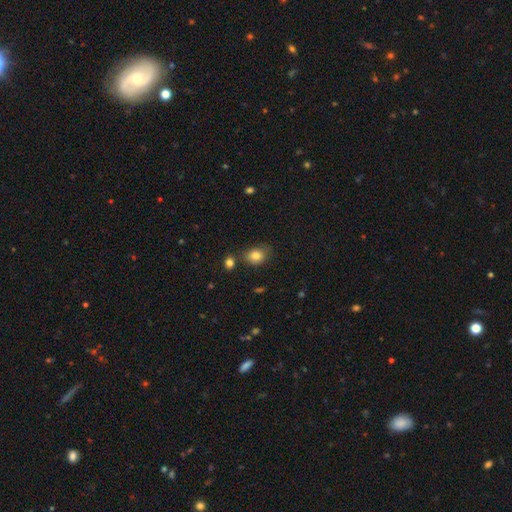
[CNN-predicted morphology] Smooth or featured: smooth — 82% (star or artifact — 10%)
How rounded: in between — 57% (round — 42%)
Merging: none — 68% (minor disturbance — 20%)